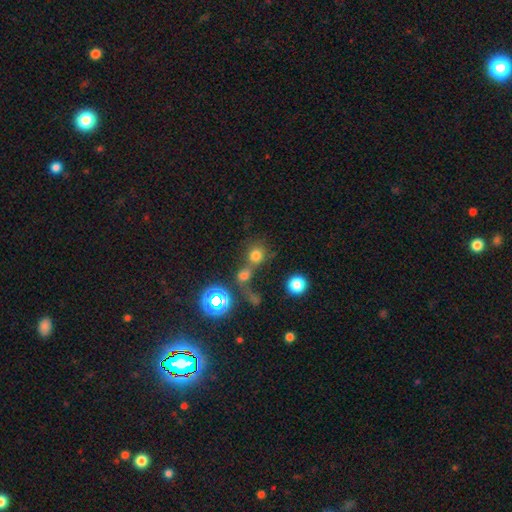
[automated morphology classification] Smooth or featured? Predicted: smooth (p=0.71). How rounded? Predicted: round (p=0.86). Merging? Predicted: none (p=0.47).